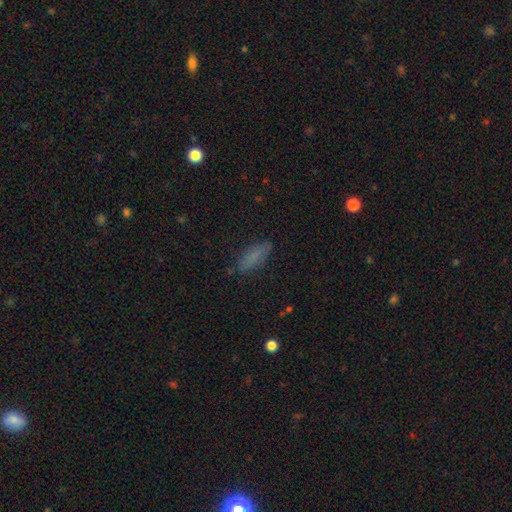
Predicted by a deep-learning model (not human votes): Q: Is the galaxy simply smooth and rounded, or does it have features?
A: smooth — 80%.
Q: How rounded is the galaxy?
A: cigar-shaped — 49%.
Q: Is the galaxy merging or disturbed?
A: none — 81%.